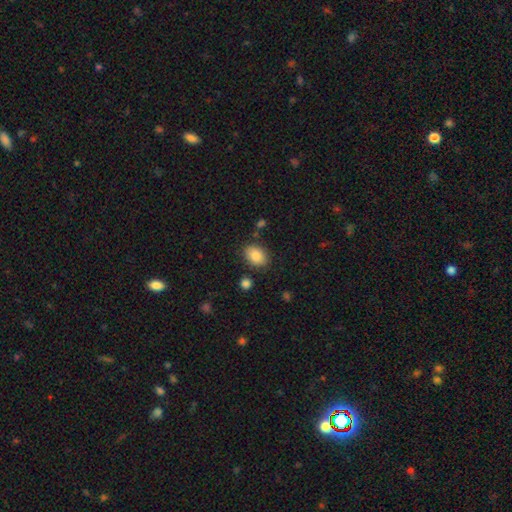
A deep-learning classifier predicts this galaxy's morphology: Q: Smooth or featured?
A: smooth (87%); runner-up: star or artifact (8%)
Q: How rounded?
A: in between (79%); runner-up: round (20%)
Q: Merging?
A: none (81%); runner-up: minor disturbance (12%)